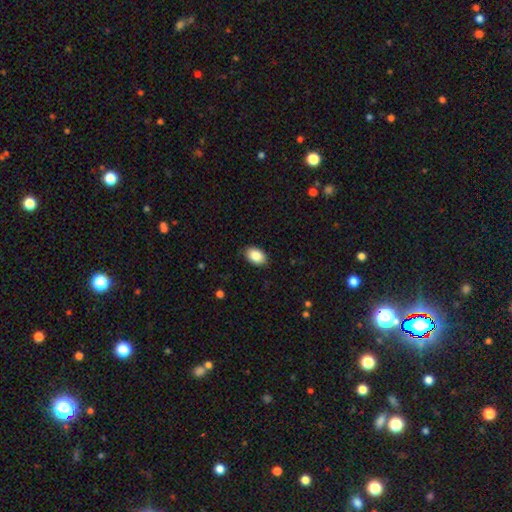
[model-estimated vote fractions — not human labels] Smooth or featured: smooth — 88% (star or artifact — 7%)
How rounded: in between — 88% (round — 11%)
Merging: none — 85% (minor disturbance — 12%)